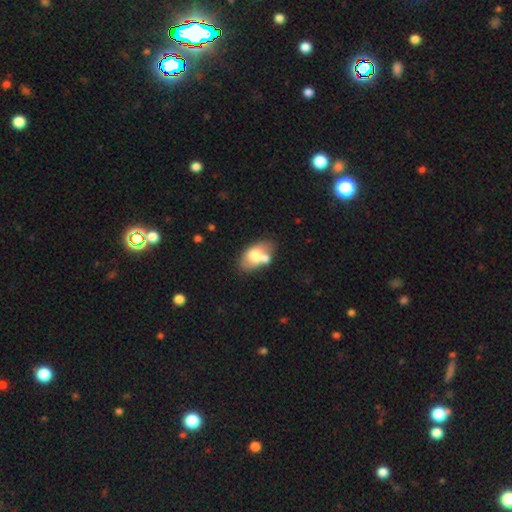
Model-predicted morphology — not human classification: Smooth or featured? Predicted: smooth (p=0.64). How rounded? Predicted: in between (p=0.89). Merging? Predicted: none (p=0.52).